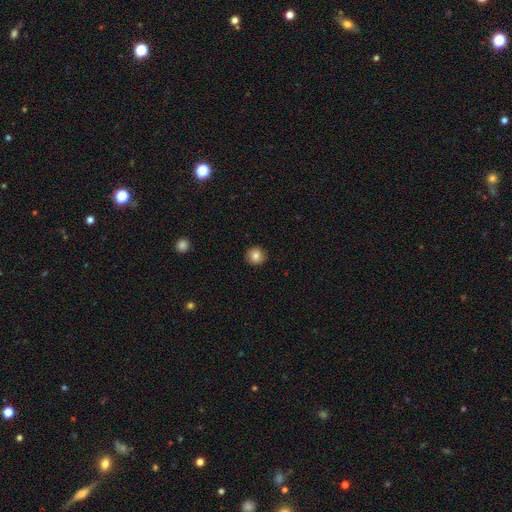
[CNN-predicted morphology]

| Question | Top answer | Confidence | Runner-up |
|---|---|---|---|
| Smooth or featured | smooth | 83% | star or artifact (10%) |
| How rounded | round | 93% | in between (6%) |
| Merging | none | 91% | minor disturbance (6%) |